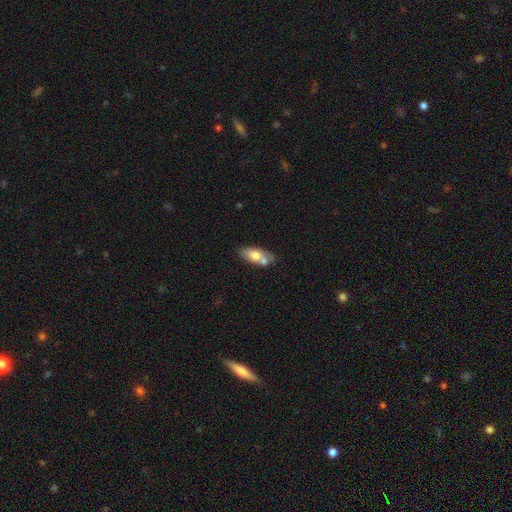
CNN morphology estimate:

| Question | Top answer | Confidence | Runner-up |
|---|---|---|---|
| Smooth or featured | smooth | 65% | featured or disk (29%) |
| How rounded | in between | 83% | cigar-shaped (13%) |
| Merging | none | 52% | merger (26%) |